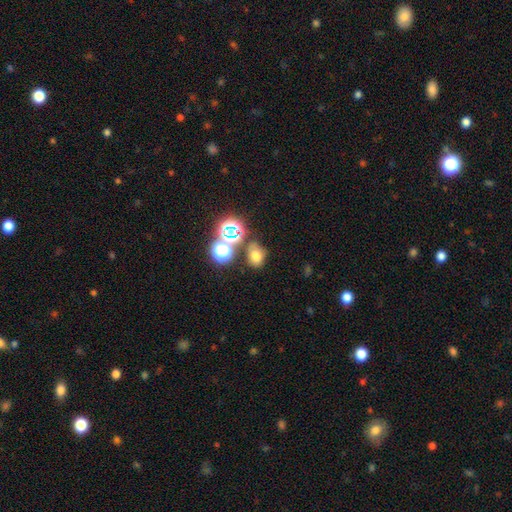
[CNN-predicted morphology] This is likely a smooth galaxy (64%). How rounded: possibly in between (58%). Merging: likely none (62%).